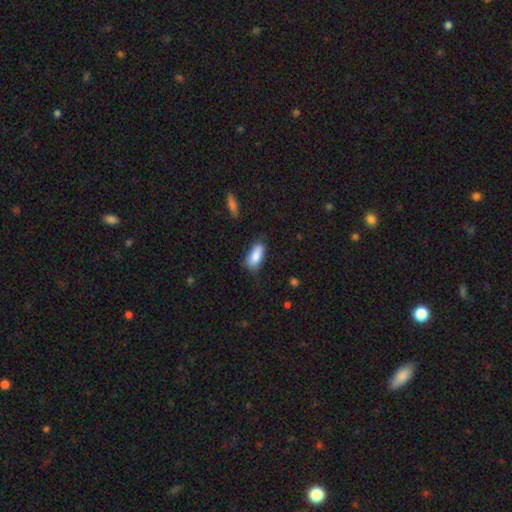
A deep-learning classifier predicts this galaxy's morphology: type=smooth (86%); roundness=in between (86%); merging=none (68%).